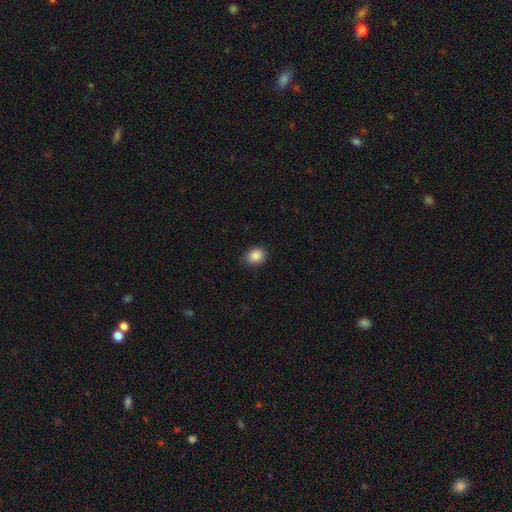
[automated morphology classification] Smooth or featured? Predicted: smooth (p=0.88). How rounded? Predicted: round (p=0.54). Merging? Predicted: none (p=0.83).